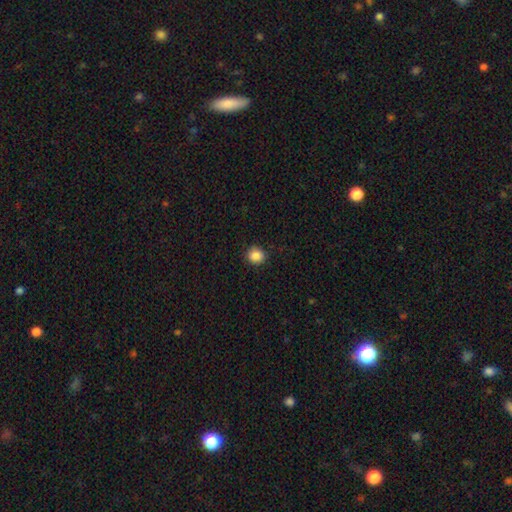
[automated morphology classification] Smooth or featured: smooth — 87% (star or artifact — 10%)
How rounded: round — 83% (in between — 16%)
Merging: none — 89% (minor disturbance — 8%)